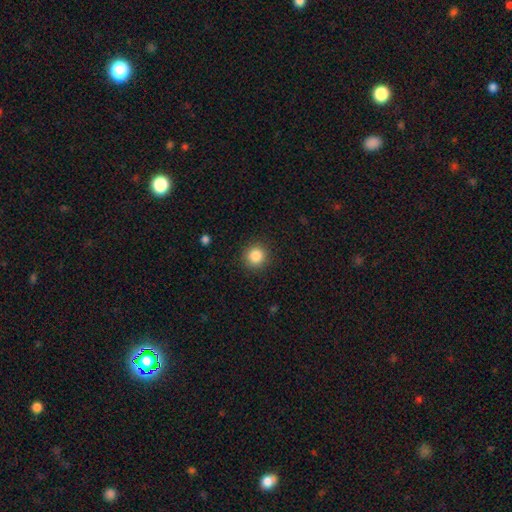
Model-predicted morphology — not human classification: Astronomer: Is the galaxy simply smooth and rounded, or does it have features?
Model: smooth — 86%.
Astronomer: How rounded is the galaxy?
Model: round — 93%.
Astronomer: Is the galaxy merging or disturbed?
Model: none — 90%.